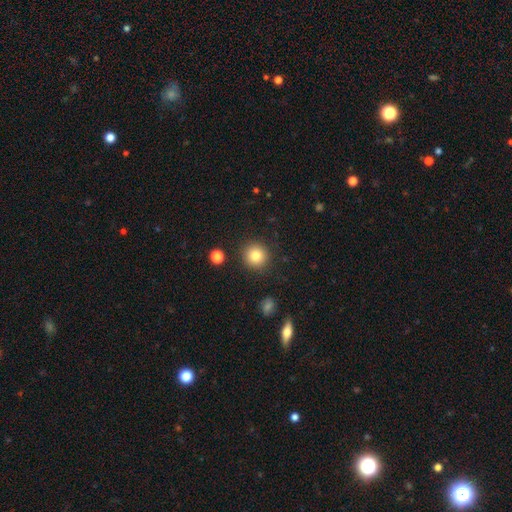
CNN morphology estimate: Q: Smooth or featured?
A: smooth (81%); runner-up: star or artifact (11%)
Q: How rounded?
A: round (93%); runner-up: in between (6%)
Q: Merging?
A: none (90%); runner-up: minor disturbance (6%)